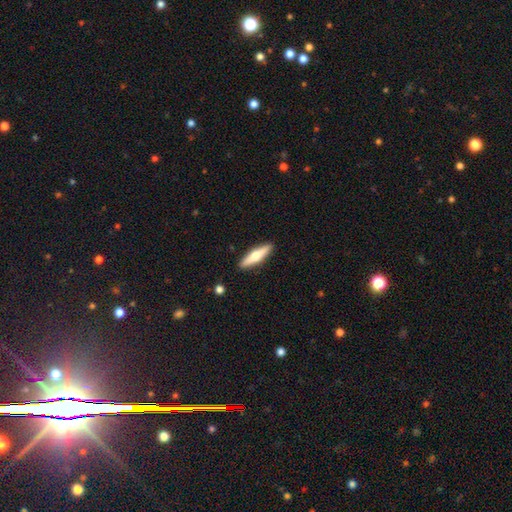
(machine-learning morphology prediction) This is possibly a featured or disk galaxy (48%). Merging: clearly none (91%).